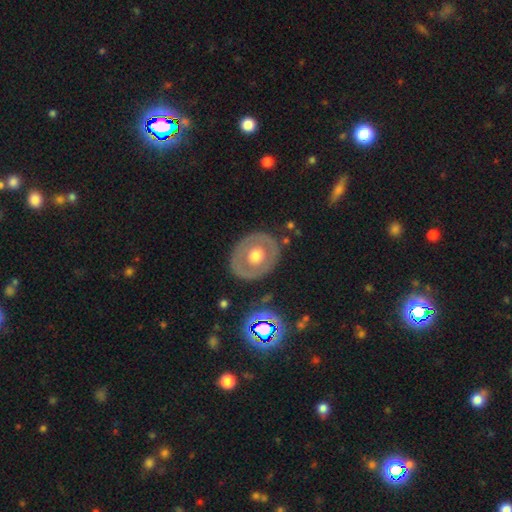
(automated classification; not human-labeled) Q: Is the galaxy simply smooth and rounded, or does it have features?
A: featured or disk — 53%.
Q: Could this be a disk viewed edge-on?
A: no — 94%.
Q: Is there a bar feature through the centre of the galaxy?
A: no — 90%.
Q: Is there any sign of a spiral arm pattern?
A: no — 89%.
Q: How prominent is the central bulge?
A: moderate — 70%.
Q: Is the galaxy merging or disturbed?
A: none — 82%.